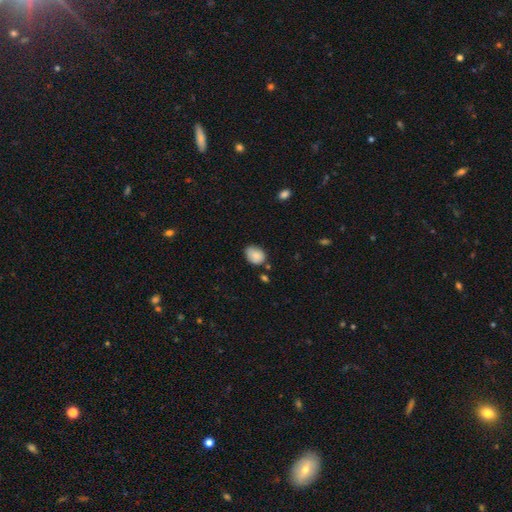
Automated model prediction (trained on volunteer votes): smooth-or-featured: smooth: 85% | star or artifact: 8% | featured or disk: 7%
  how-rounded: in between: 66% | round: 33% | cigar-shaped: 1%
  merging: none: 65% | minor disturbance: 26% | merger: 5% | major disturbance: 4%